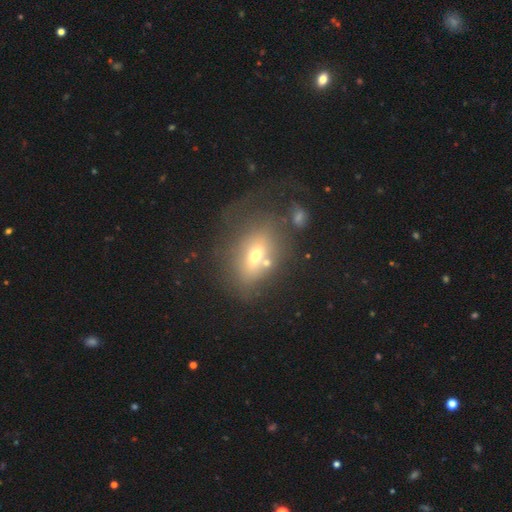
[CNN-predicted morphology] Smooth or featured?
  - smooth: 54% *
  - featured or disk: 32%
  - star or artifact: 14%
How rounded?
  - in between: 70% *
  - round: 26%
  - cigar-shaped: 4%
Merging?
  - none: 37% *
  - major disturbance: 26%
  - minor disturbance: 19%
  - merger: 18%